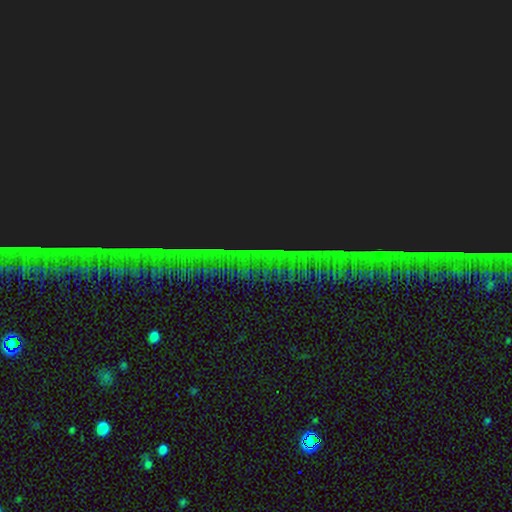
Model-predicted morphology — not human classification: Q: Smooth or featured?
A: star or artifact (87%); runner-up: featured or disk (7%)